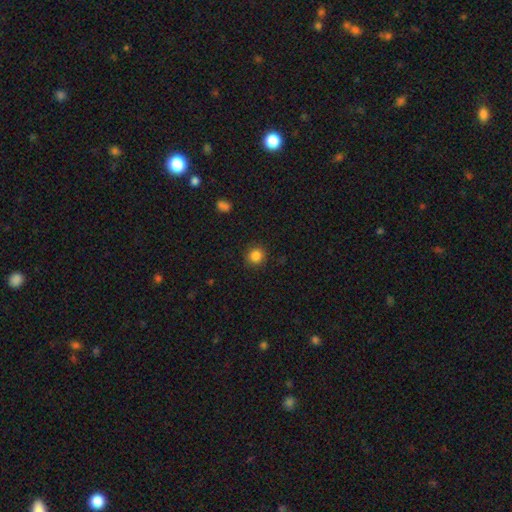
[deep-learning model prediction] Morphology: type=smooth (85%); roundness=round (90%); merging=none (89%).